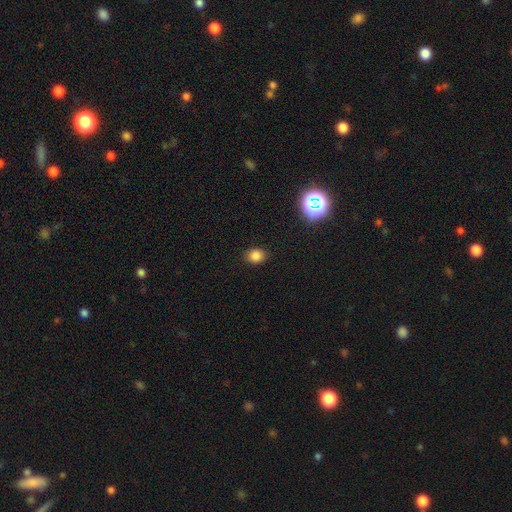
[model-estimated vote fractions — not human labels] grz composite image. It shows a smooth galaxy with no disk features (82%) that is in between round and cigar-shaped (52%). Merging: none (86%).